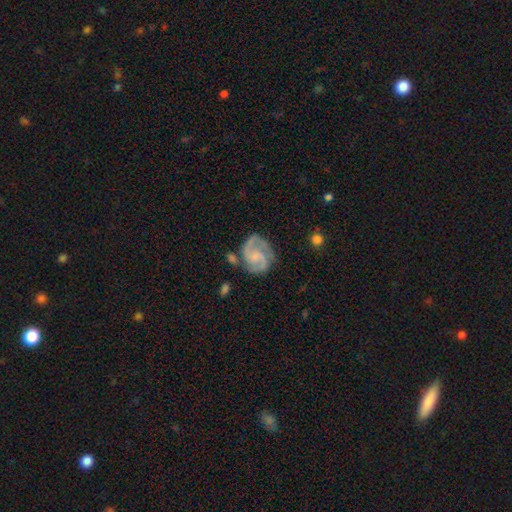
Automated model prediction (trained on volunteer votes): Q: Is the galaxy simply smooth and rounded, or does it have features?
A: featured or disk — 84%.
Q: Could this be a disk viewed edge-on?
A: no — 98%.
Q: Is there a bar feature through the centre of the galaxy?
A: no — 57%.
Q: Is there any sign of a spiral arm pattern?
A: yes — 96%.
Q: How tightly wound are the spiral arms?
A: medium — 54%.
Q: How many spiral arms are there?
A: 2 — 82%.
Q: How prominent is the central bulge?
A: small — 50%.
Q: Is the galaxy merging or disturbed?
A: none — 66%.